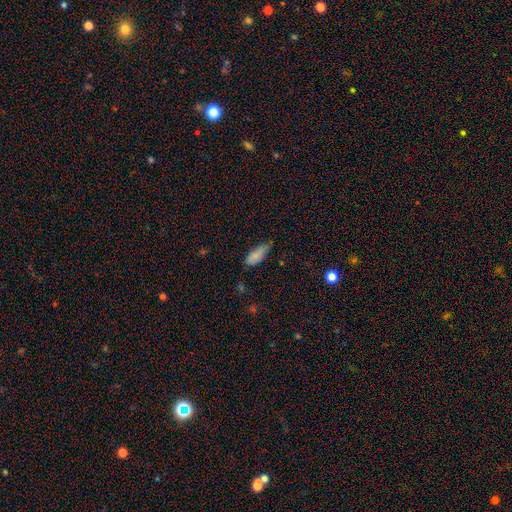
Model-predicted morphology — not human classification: type=smooth (82%); roundness=in between (74%); merging=none (59%).